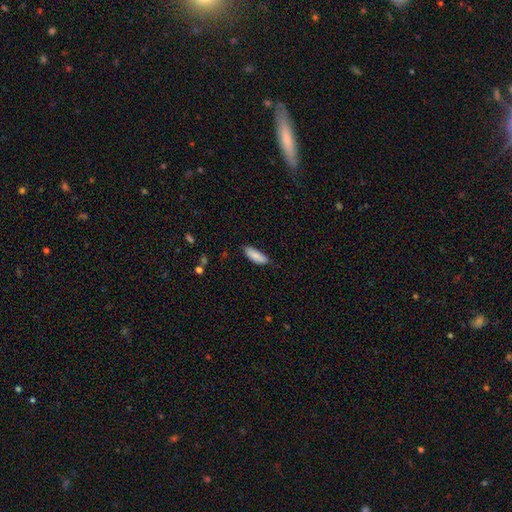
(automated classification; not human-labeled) This is clearly a smooth galaxy (87%). How rounded: likely in between (67%). Merging: likely none (80%).